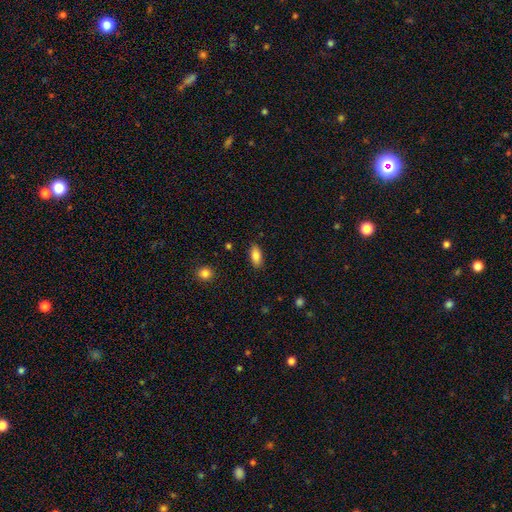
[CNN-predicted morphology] Smooth or featured: smooth — 85% (star or artifact — 7%)
How rounded: in between — 86% (cigar-shaped — 11%)
Merging: none — 86% (minor disturbance — 10%)